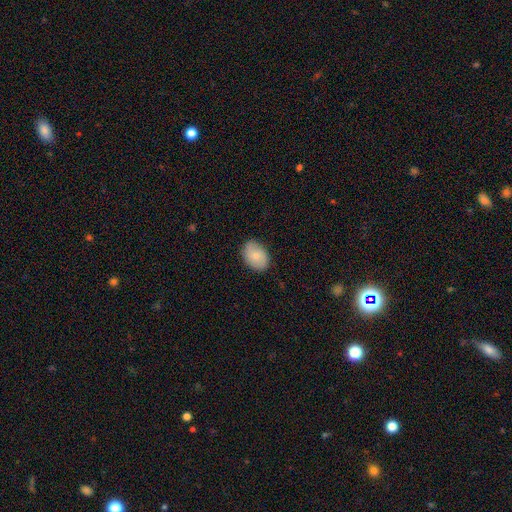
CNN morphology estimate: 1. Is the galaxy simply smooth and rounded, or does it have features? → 80% smooth, 14% featured or disk, 6% star or artifact.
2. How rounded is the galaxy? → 79% in between, 20% round, 1% cigar-shaped.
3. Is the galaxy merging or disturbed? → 84% none, 13% minor disturbance, 2% major disturbance, 1% merger.